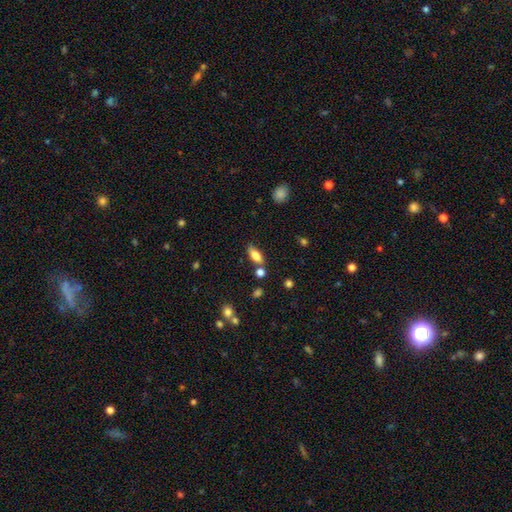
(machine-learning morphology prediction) Smooth or featured? Predicted: smooth (p=0.74). How rounded? Predicted: in between (p=0.79). Merging? Predicted: none (p=0.71).